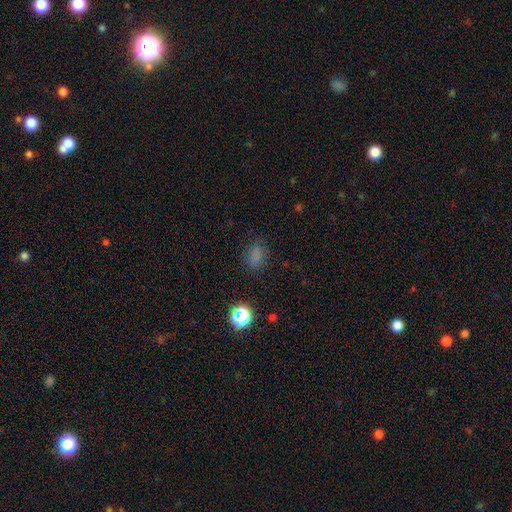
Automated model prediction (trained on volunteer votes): This is likely a smooth galaxy (73%). How rounded: likely in between (75%). Merging: likely none (77%).